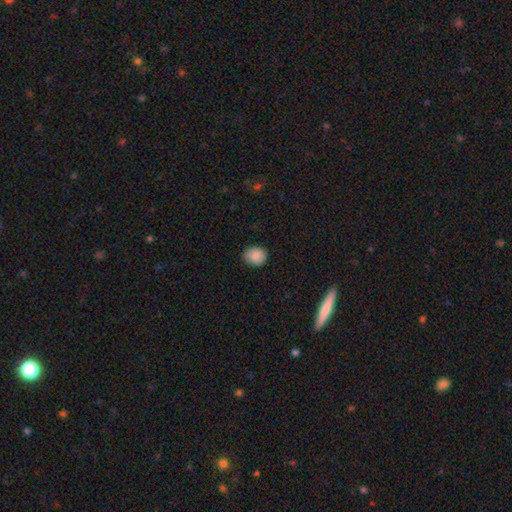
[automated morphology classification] Smooth or featured? smooth (87%)
How rounded? round (64%)
Merging? none (79%)